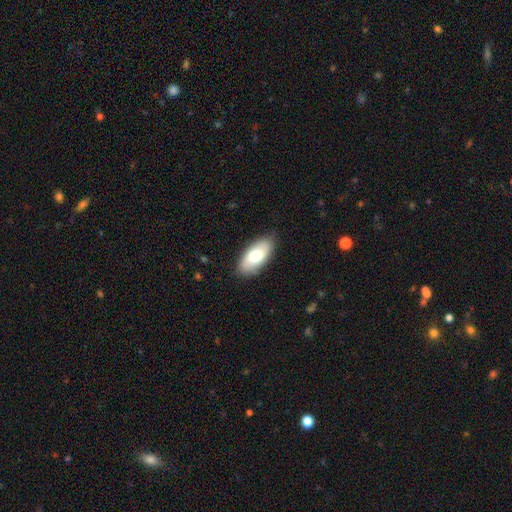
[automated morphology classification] smooth 75%, featured or disk 20%, star or artifact 6%. Down the decision tree: how rounded — in between (91%); merging — none (84%).